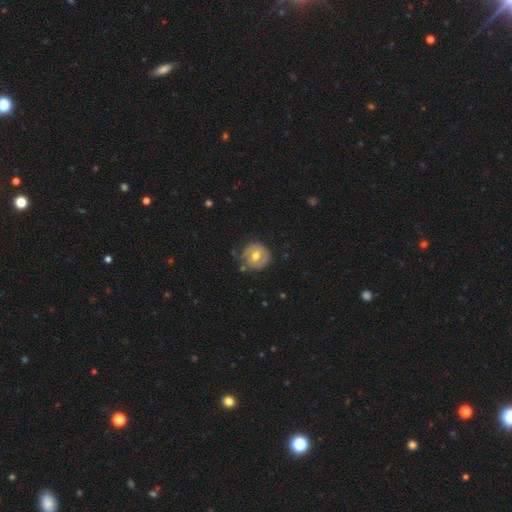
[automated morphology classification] Smooth or featured?
  - smooth: 53% *
  - featured or disk: 40%
  - star or artifact: 7%
How rounded?
  - round: 93% *
  - in between: 6%
  - cigar-shaped: 1%
Merging?
  - none: 77% *
  - minor disturbance: 16%
  - major disturbance: 4%
  - merger: 3%